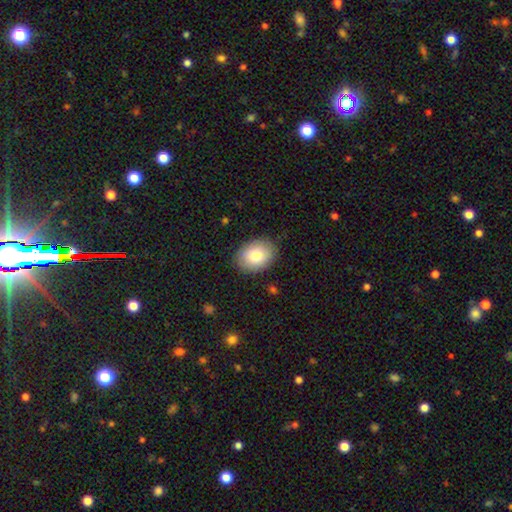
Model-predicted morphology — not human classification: Smooth or featured? Predicted: smooth (p=0.82). How rounded? Predicted: in between (p=0.68). Merging? Predicted: none (p=0.85).